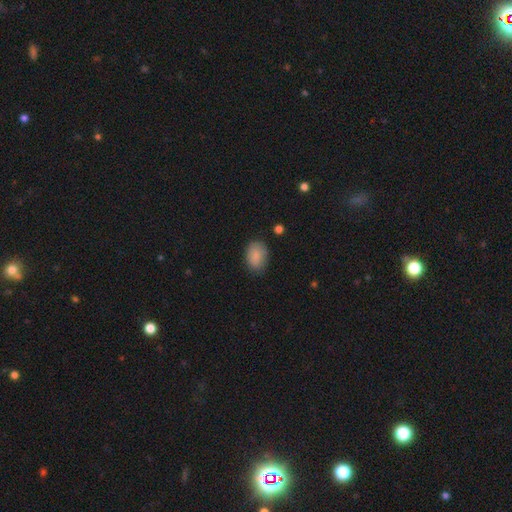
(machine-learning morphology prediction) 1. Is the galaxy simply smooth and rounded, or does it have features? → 87% smooth, 8% star or artifact, 6% featured or disk.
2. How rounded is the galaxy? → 80% in between, 19% round, 1% cigar-shaped.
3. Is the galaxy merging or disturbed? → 76% none, 18% minor disturbance, 4% major disturbance, 1% merger.